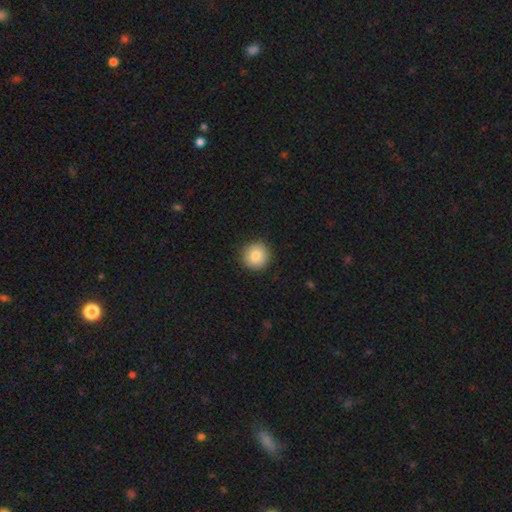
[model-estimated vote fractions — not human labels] Smooth or featured?
  - smooth: 84% *
  - star or artifact: 9%
  - featured or disk: 7%
How rounded?
  - round: 95% *
  - in between: 4%
  - cigar-shaped: 1%
Merging?
  - none: 91% *
  - minor disturbance: 6%
  - major disturbance: 2%
  - merger: 1%